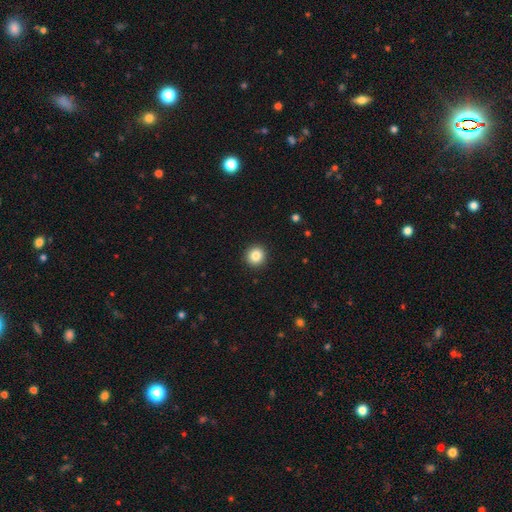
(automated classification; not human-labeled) smooth 85%, star or artifact 10%, featured or disk 5%. Down the decision tree: how rounded — round (94%); merging — none (93%).